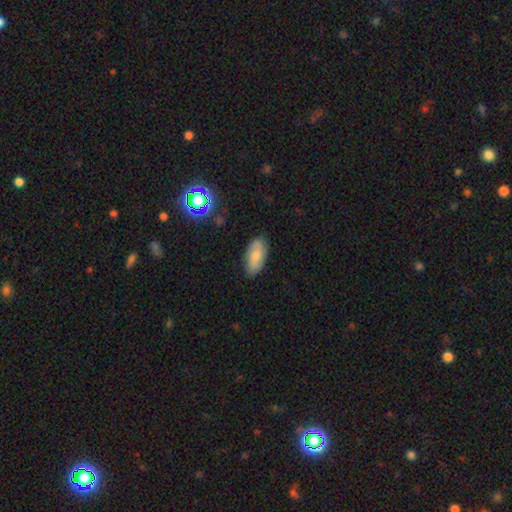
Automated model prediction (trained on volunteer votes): smooth-or-featured: smooth: 68% | featured or disk: 25% | star or artifact: 7%
  how-rounded: in between: 92% | cigar-shaped: 6% | round: 3%
  merging: none: 79% | minor disturbance: 17% | major disturbance: 3% | merger: 1%